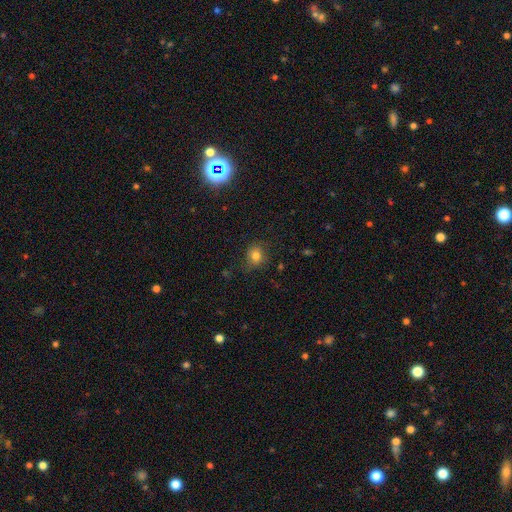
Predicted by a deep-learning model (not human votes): Q: Smooth or featured?
A: smooth (79%); runner-up: star or artifact (13%)
Q: How rounded?
A: round (73%); runner-up: in between (26%)
Q: Merging?
A: none (79%); runner-up: minor disturbance (15%)